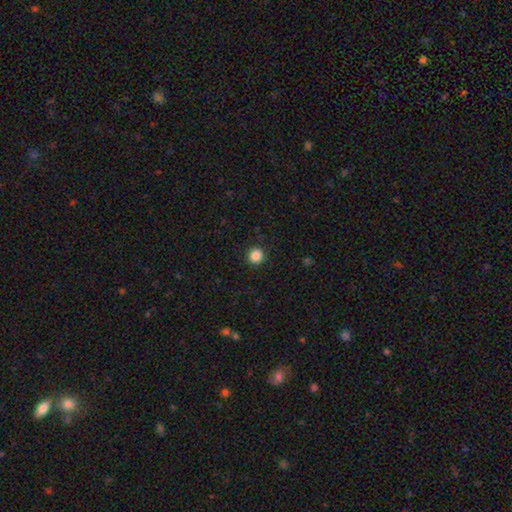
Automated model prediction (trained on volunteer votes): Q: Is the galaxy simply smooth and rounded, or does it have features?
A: smooth — 86%.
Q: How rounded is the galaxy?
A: round — 92%.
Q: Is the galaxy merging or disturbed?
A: none — 91%.